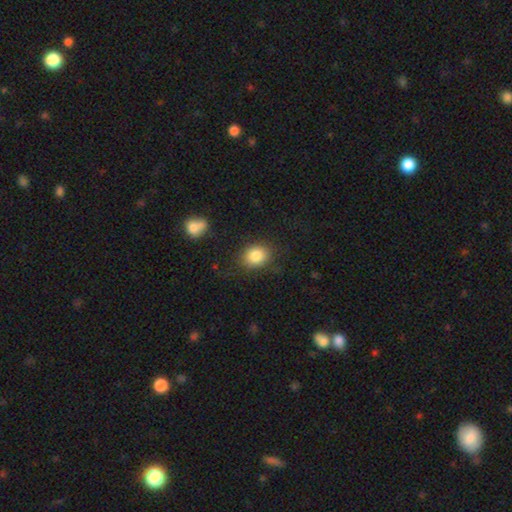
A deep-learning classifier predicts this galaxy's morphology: Smooth or featured? Predicted: smooth (p=0.85). How rounded? Predicted: round (p=0.54). Merging? Predicted: none (p=0.82).